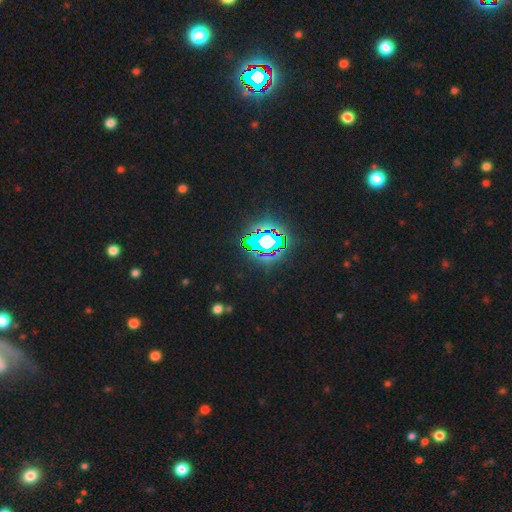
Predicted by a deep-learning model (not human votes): Q: Smooth or featured?
A: star or artifact (80%); runner-up: smooth (12%)